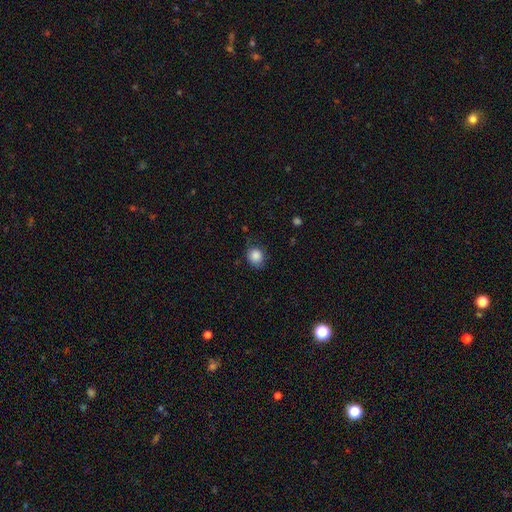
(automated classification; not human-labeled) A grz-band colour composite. It shows a smooth galaxy with no disk features (86%) that is round (66%). Merging: none (73%).